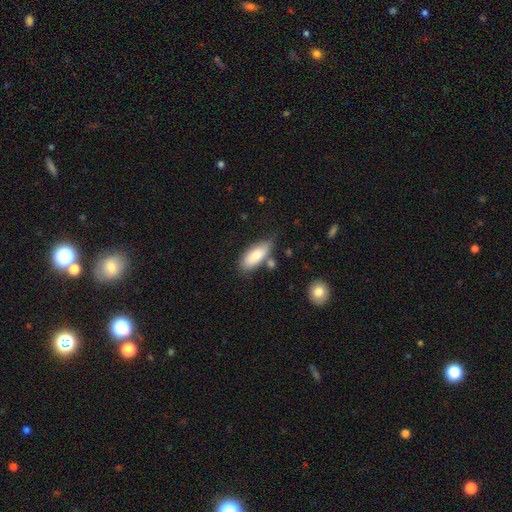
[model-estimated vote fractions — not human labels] Smooth or featured?
  - smooth: 81% *
  - featured or disk: 13%
  - star or artifact: 6%
How rounded?
  - in between: 79% *
  - cigar-shaped: 19%
  - round: 2%
Merging?
  - none: 66% *
  - minor disturbance: 19%
  - merger: 10%
  - major disturbance: 4%